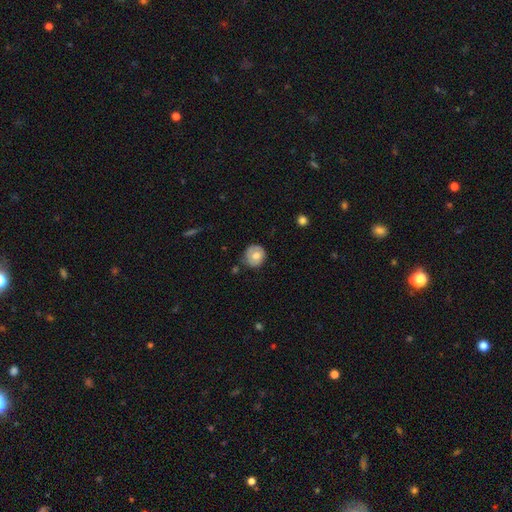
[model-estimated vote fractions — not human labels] A smooth galaxy with no disk features (68%) that is round (86%). Merging: none (69%).